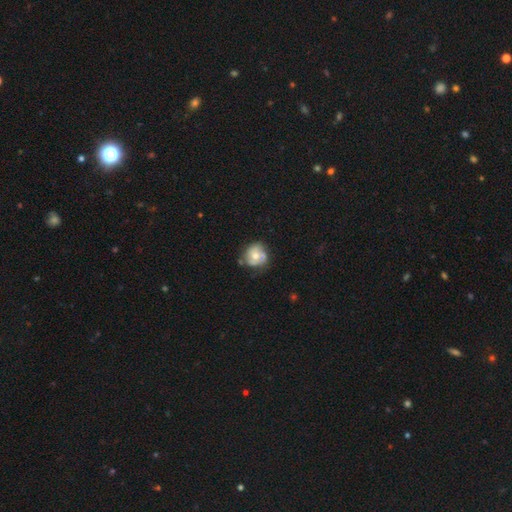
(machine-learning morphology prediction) Overall: smooth (48%; featured or disk 44%). Merging: none (56%; minor disturbance 27%).